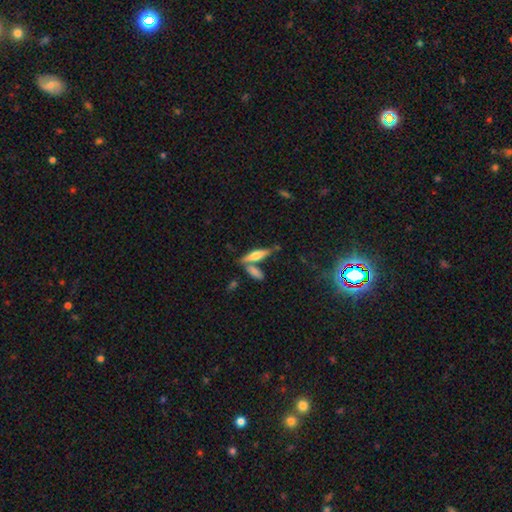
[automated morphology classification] smooth_or_featured: featured or disk (p=0.47) [alt: smooth p=0.45]
merging: none (p=0.64) [alt: merger p=0.21]